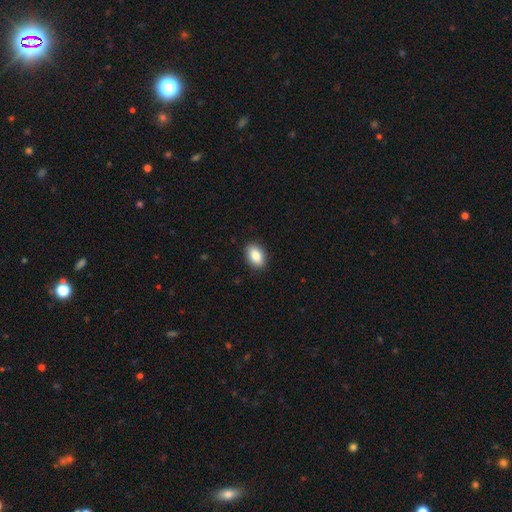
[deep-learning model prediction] A smooth galaxy with no disk features (85%) that is in between round and cigar-shaped (86%).

Vote fractions:
- Smooth or featured? smooth: 85% / featured or disk: 8% / star or artifact: 7%
- How rounded? in between: 86% / round: 12% / cigar-shaped: 2%
- Merging? none: 89% / minor disturbance: 8% / major disturbance: 2% / merger: 1%